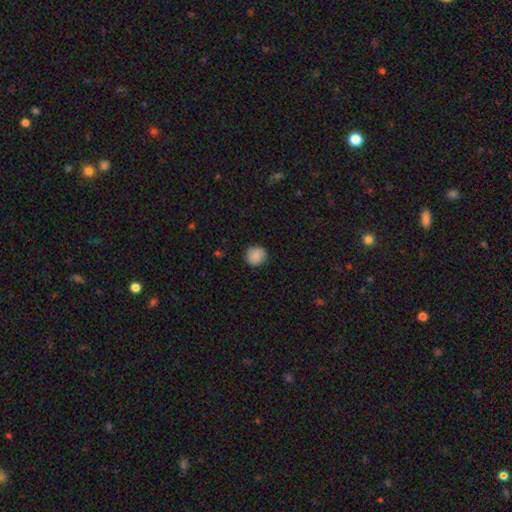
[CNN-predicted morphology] A smooth galaxy with no disk features (88%) that is round (90%). Merging: none (89%).